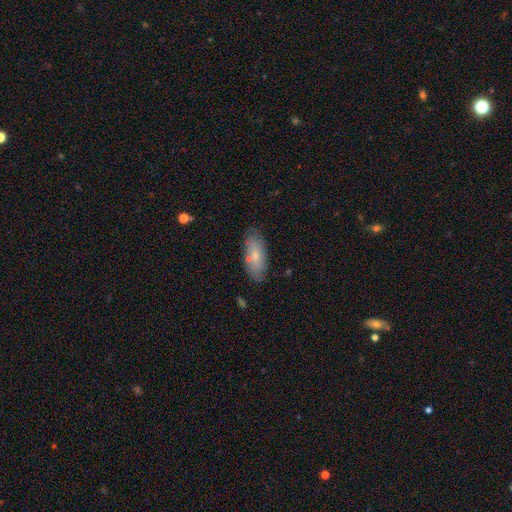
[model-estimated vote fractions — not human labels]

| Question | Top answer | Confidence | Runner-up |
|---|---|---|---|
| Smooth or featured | smooth | 70% | featured or disk (24%) |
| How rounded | in between | 82% | cigar-shaped (16%) |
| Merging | none | 77% | minor disturbance (15%) |